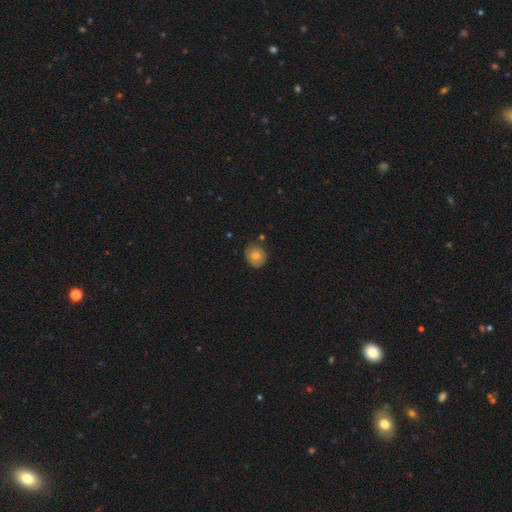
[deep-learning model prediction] This appears to be a smooth galaxy with no disk features (72%) that is round (83%). Merging: none (80%).